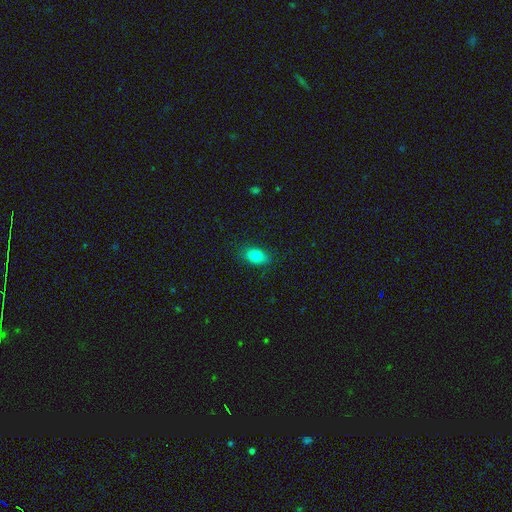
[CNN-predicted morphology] Smooth or featured?
  - smooth: 83% *
  - star or artifact: 9%
  - featured or disk: 8%
How rounded?
  - in between: 82% *
  - round: 16%
  - cigar-shaped: 2%
Merging?
  - none: 85% *
  - minor disturbance: 11%
  - major disturbance: 3%
  - merger: 1%